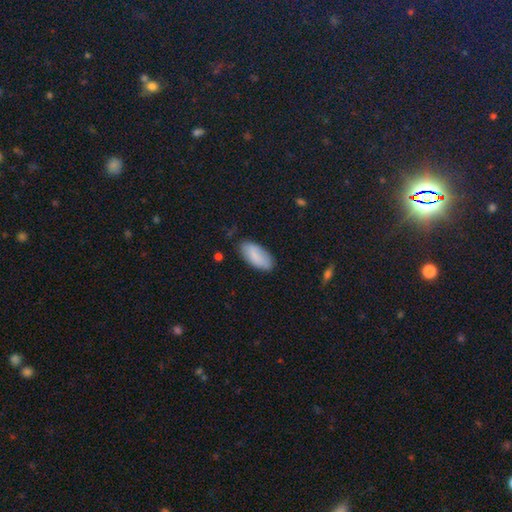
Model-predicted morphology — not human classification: Smooth or featured?
  - smooth: 83% *
  - featured or disk: 10%
  - star or artifact: 7%
How rounded?
  - in between: 91% *
  - cigar-shaped: 7%
  - round: 2%
Merging?
  - none: 77% *
  - minor disturbance: 18%
  - major disturbance: 4%
  - merger: 1%